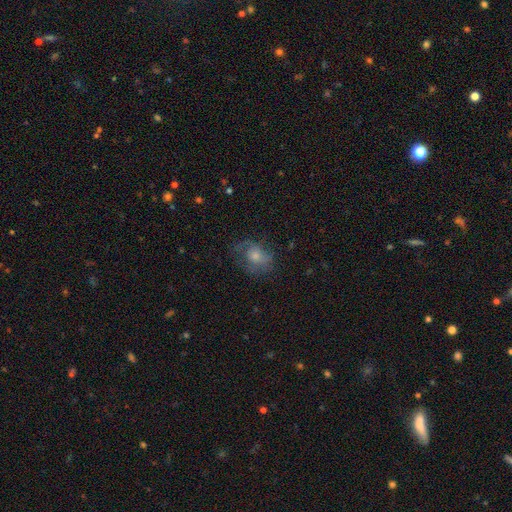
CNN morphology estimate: smooth-or-featured: featured or disk: 49% | smooth: 37% | star or artifact: 15%
  merging: none: 63% | minor disturbance: 21% | major disturbance: 14% | merger: 1%